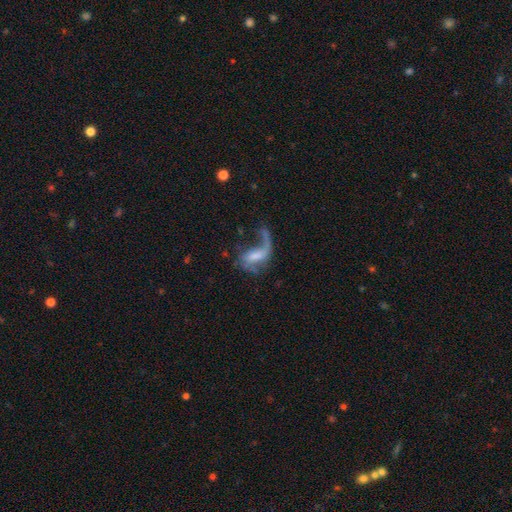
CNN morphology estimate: This appears to be a featured or disk galaxy (70%) with a weak bar (42%), 1 (62%) loose (82%) spiral arms (79%) and a small central bulge (33%). Merging: major disturbance (48%).